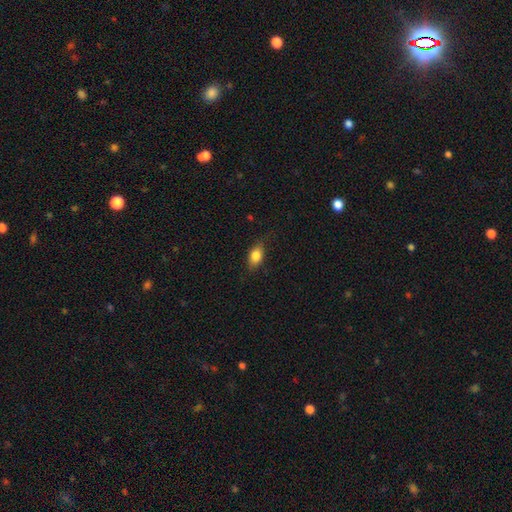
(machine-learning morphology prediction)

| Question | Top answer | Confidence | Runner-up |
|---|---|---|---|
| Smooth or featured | smooth | 81% | featured or disk (11%) |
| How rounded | in between | 82% | round (13%) |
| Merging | none | 78% | minor disturbance (17%) |